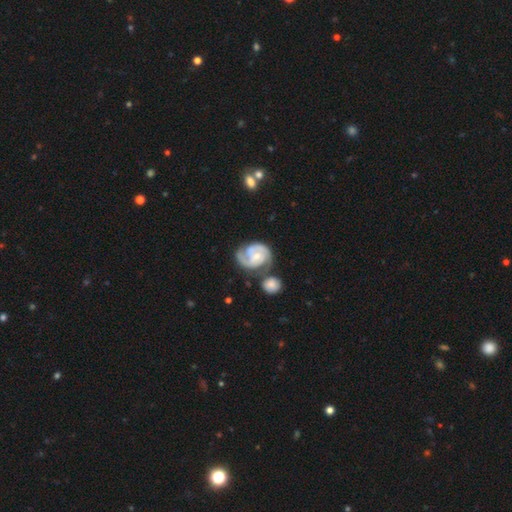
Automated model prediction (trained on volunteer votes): Smooth or featured?
  - featured or disk: 84% *
  - smooth: 11%
  - star or artifact: 5%
Edge-on disk?
  - no: 98% *
  - yes: 2%
Bar?
  - no: 61% *
  - weak: 32%
  - strong: 7%
Spiral arms?
  - yes: 96% *
  - no: 4%
Spiral winding?
  - tight: 51% *
  - medium: 40%
  - loose: 9%
Spiral arm count?
  - 2: 73% *
  - 3: 10%
  - can't tell: 9%
  - 1: 4%
  - 4: 2%
  - more than 4: 2%
Bulge size?
  - small: 54% *
  - moderate: 40%
  - none: 3%
  - large: 2%
  - dominant: 1%
Merging?
  - none: 48% *
  - merger: 24%
  - minor disturbance: 19%
  - major disturbance: 9%